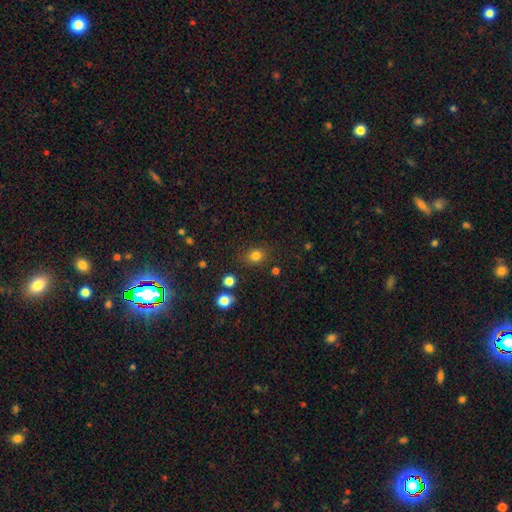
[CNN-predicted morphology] smooth_or_featured: smooth (p=0.80) [alt: star or artifact p=0.14]
how_rounded: round (p=0.65) [alt: in between p=0.34]
merging: none (p=0.82) [alt: minor disturbance p=0.11]